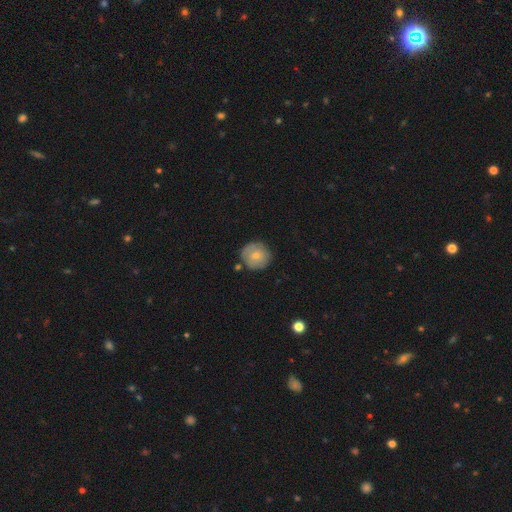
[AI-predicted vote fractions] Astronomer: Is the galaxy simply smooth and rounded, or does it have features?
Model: smooth — 65%.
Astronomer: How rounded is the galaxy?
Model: round — 93%.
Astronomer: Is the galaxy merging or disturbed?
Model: none — 75%.